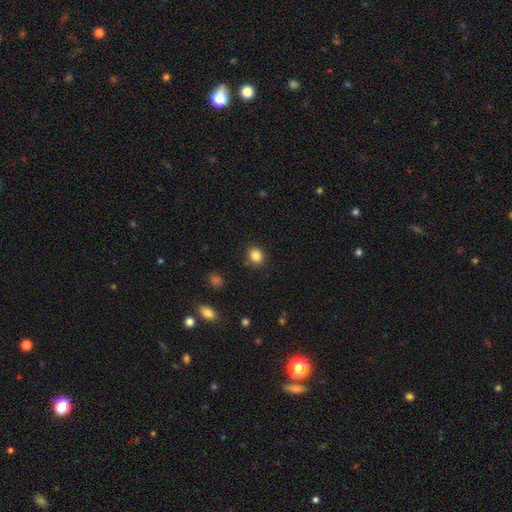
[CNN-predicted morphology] The model was most divided on "how rounded": round: 65%, in between: 34%, cigar-shaped: 1%. More confident: merging — none (88%); smooth or featured — smooth (84%).